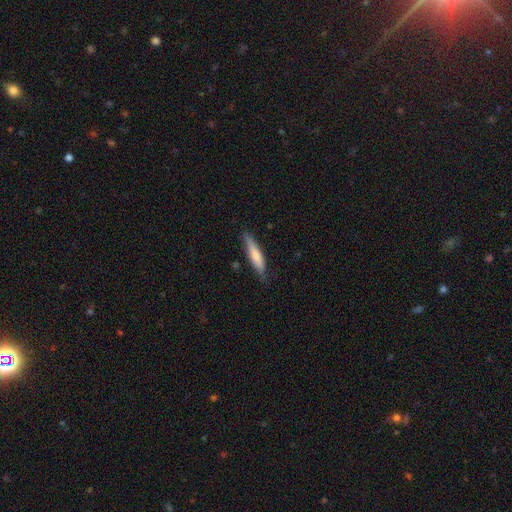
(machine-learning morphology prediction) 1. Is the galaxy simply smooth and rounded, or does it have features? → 74% smooth, 21% featured or disk, 6% star or artifact.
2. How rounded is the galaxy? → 83% cigar-shaped, 16% in between, 1% round.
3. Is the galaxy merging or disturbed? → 78% none, 18% minor disturbance, 3% major disturbance, 1% merger.